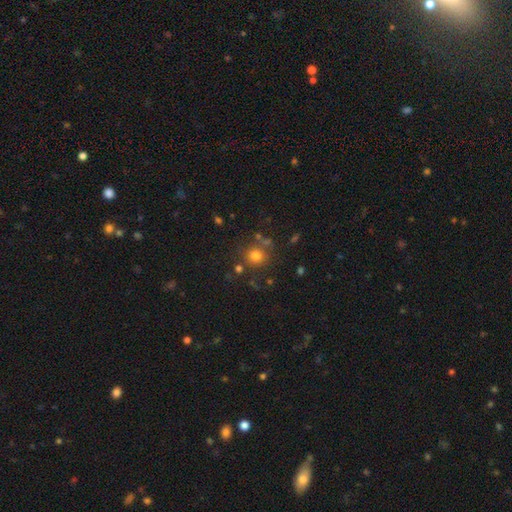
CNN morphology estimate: type=smooth (76%); roundness=round (87%); merging=none (75%).